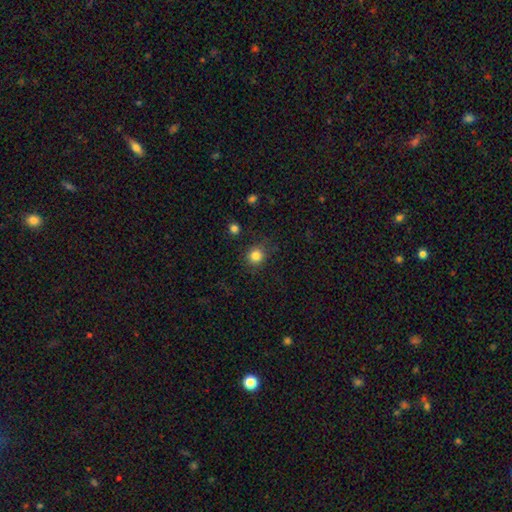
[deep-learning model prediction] Smooth or featured: smooth — 83% (star or artifact — 12%)
How rounded: round — 89% (in between — 10%)
Merging: none — 85% (minor disturbance — 10%)